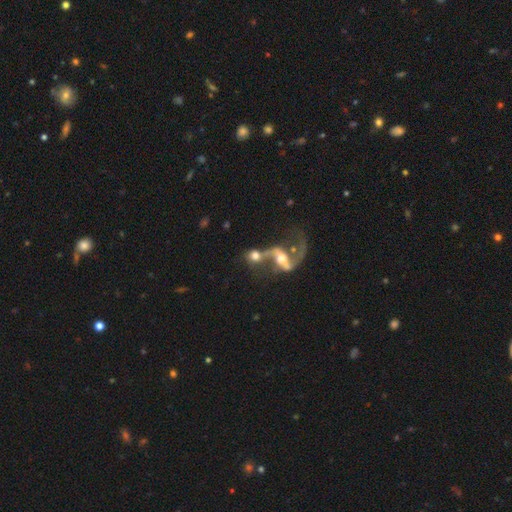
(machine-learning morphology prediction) A featured or disk galaxy (65%) with no bar (38%), spiral arms (81%) and a moderate central bulge (53%). Merging: merger (50%).